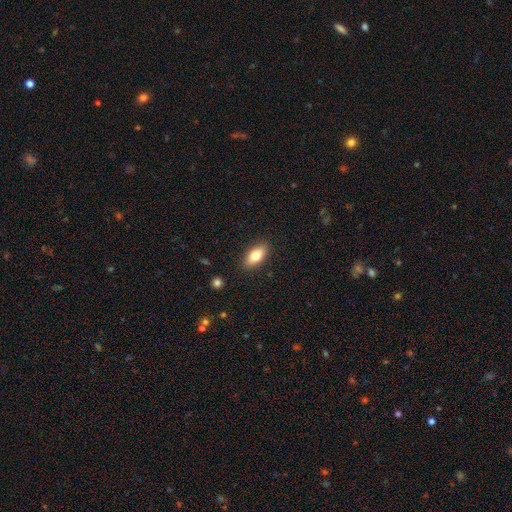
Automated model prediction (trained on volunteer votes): smooth 77%, featured or disk 16%, star or artifact 7%. Down the decision tree: how rounded — in between (87%); merging — none (89%).